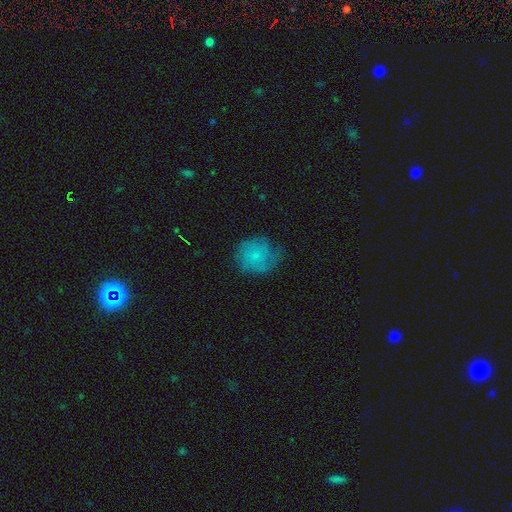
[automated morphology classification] Smooth or featured: smooth — 65% (featured or disk — 26%)
How rounded: round — 82% (in between — 17%)
Merging: none — 60% (minor disturbance — 27%)